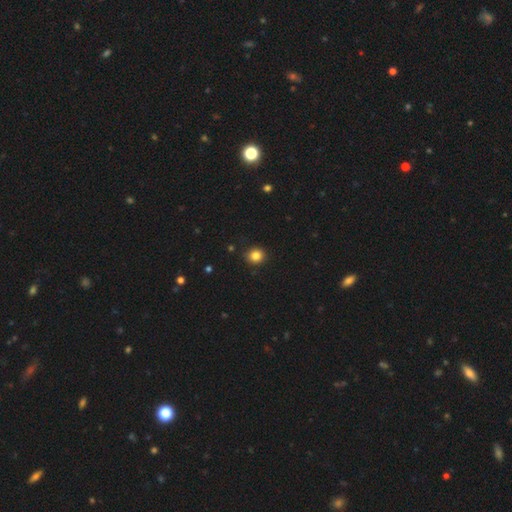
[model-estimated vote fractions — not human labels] Morphology: type=smooth (84%); roundness=round (79%); merging=none (89%).